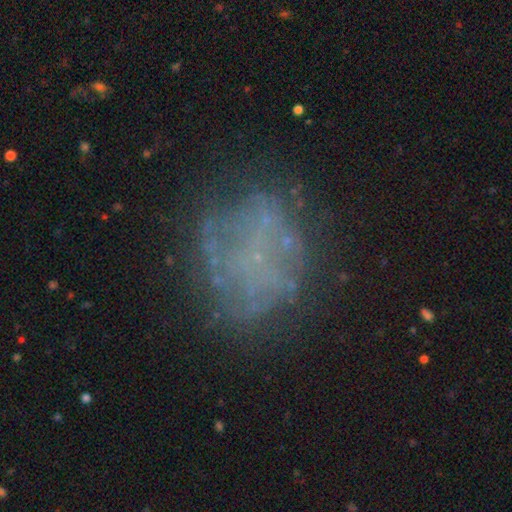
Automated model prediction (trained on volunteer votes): Q: Smooth or featured?
A: featured or disk (51%); runner-up: smooth (28%)
Q: Edge-on disk?
A: no (98%); runner-up: yes (2%)
Q: Merging?
A: none (64%); runner-up: minor disturbance (17%)